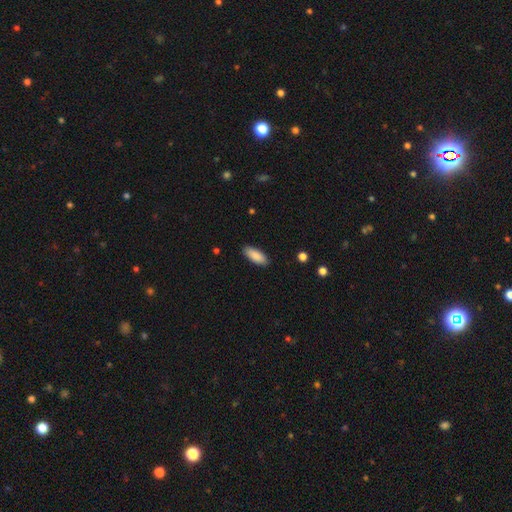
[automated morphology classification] Smooth or featured: smooth — 88% (star or artifact — 6%)
How rounded: in between — 80% (cigar-shaped — 19%)
Merging: none — 88% (minor disturbance — 9%)